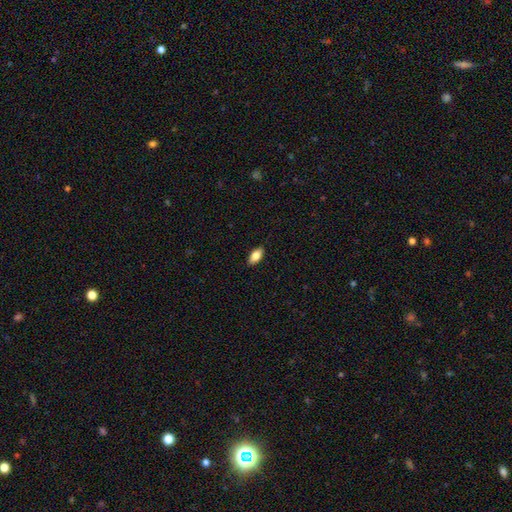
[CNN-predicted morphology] smooth_or_featured: smooth (p=0.80) [alt: featured or disk p=0.13]
how_rounded: in between (p=0.89) [alt: cigar-shaped p=0.07]
merging: none (p=0.89) [alt: minor disturbance p=0.09]